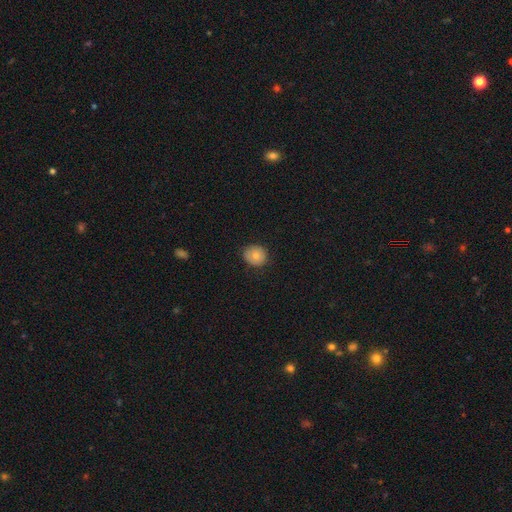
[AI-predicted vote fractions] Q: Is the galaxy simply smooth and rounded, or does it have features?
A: smooth — 73%.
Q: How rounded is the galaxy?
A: round — 82%.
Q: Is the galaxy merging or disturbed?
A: none — 84%.